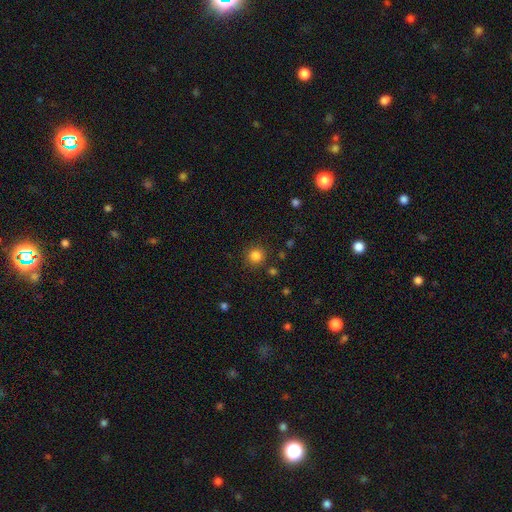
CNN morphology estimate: smooth-or-featured: smooth: 83% | star or artifact: 12% | featured or disk: 5%
  how-rounded: round: 93% | in between: 6% | cigar-shaped: 1%
  merging: none: 88% | minor disturbance: 7% | major disturbance: 3% | merger: 2%